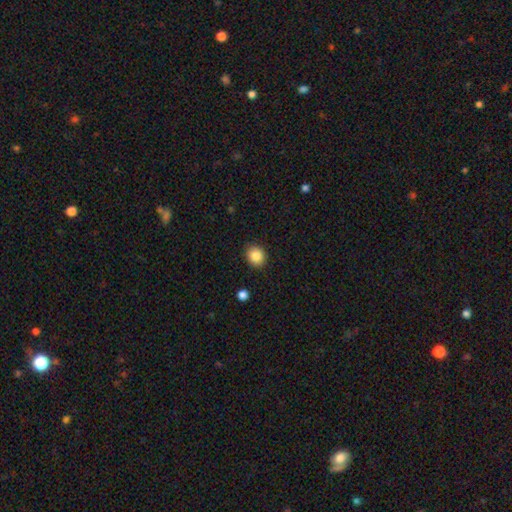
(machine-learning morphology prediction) This appears to be a smooth galaxy with no disk features (85%) that is round (73%). Merging: none (90%).